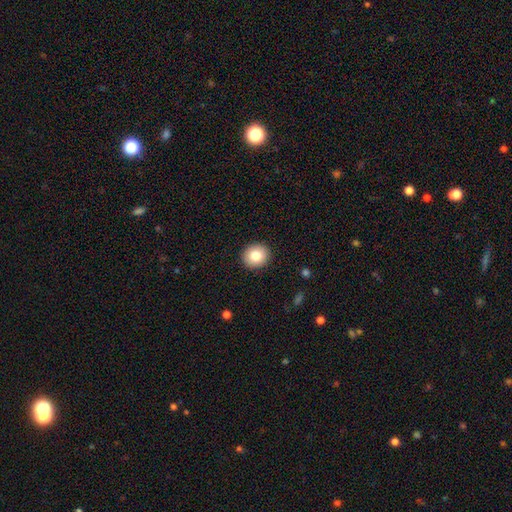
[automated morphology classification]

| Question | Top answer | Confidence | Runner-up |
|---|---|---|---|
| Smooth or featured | smooth | 81% | featured or disk (10%) |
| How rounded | round | 83% | in between (16%) |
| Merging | none | 92% | minor disturbance (6%) |